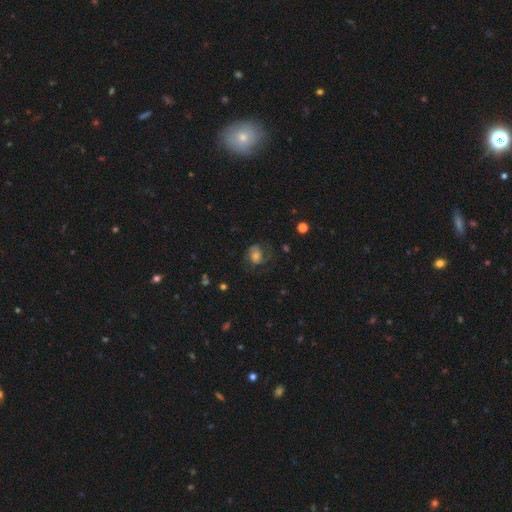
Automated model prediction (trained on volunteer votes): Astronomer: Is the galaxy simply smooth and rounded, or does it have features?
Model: featured or disk — 44% (runner-up: smooth, 43%).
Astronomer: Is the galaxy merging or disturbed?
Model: none — 55%.